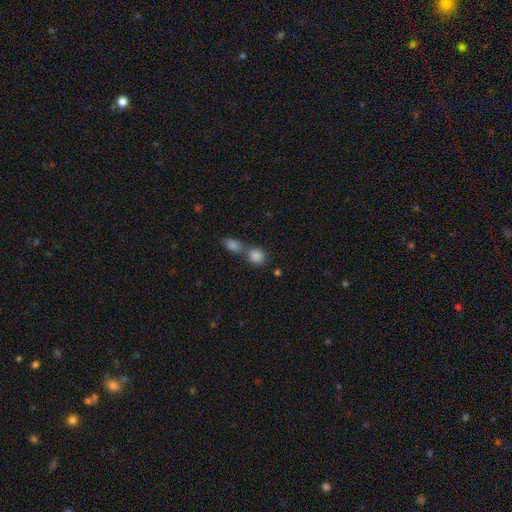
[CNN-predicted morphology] smooth_or_featured: smooth (p=0.83) [alt: star or artifact p=0.09]
how_rounded: round (p=0.64) [alt: in between p=0.34]
merging: merger (p=0.55) [alt: none p=0.35]